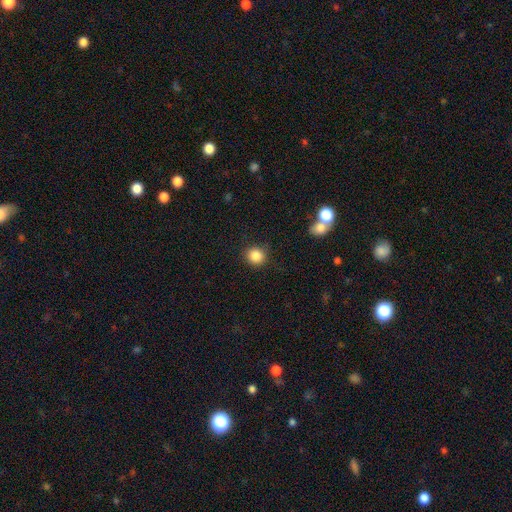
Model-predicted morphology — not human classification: smooth_or_featured: smooth (p=0.85) [alt: star or artifact p=0.10]
how_rounded: round (p=0.89) [alt: in between p=0.10]
merging: none (p=0.87) [alt: minor disturbance p=0.09]